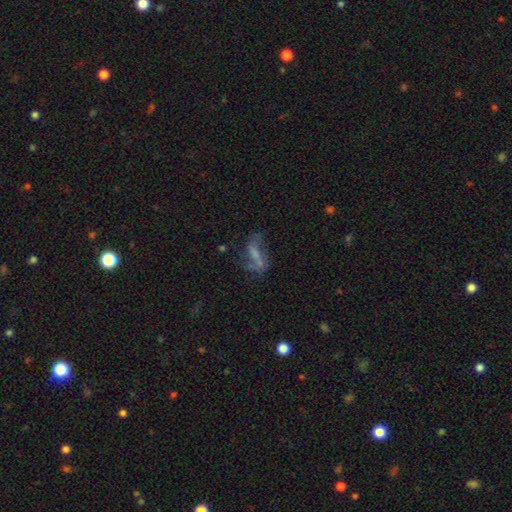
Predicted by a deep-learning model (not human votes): The model was most divided on "bar": strong: 37%, no: 33%, weak: 30%. Remaining: edge-on disk — no (90%); spiral arms — yes (66%); bulge size — none (59%); smooth or featured — featured or disk (57%); merging — none (42%).